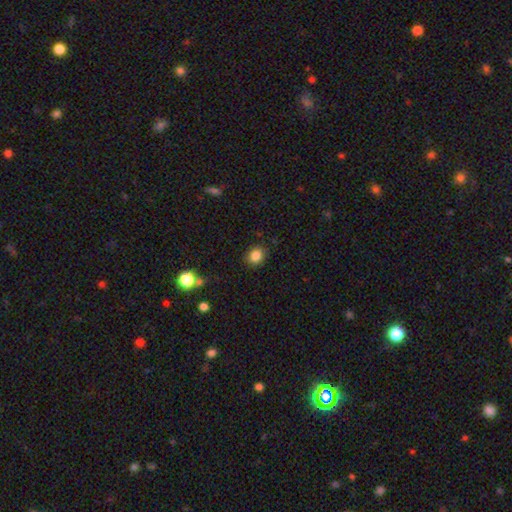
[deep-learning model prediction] smooth 84%, star or artifact 11%, featured or disk 5%. Down the decision tree: how rounded — round (67%); merging — none (87%).